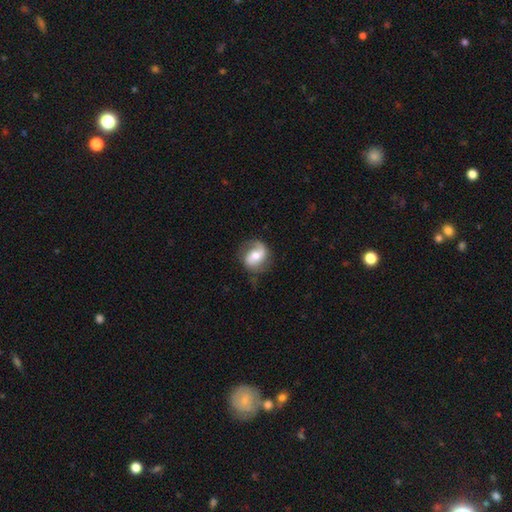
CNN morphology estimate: Smooth or featured? featured or disk (64%)
Edge-on disk? no (97%)
Bar? no (42%)
Spiral arms? yes (87%)
Spiral winding? medium (40%)
Spiral arm count? 2 (68%)
Bulge size? moderate (67%)
Merging? none (66%)